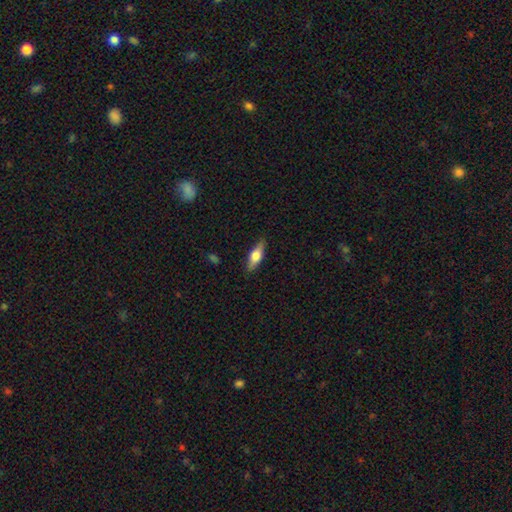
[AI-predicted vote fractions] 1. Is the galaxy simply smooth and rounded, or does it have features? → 55% smooth, 38% featured or disk, 6% star or artifact.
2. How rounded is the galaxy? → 56% in between, 41% cigar-shaped, 3% round.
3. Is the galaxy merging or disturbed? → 85% none, 11% minor disturbance, 2% major disturbance, 1% merger.